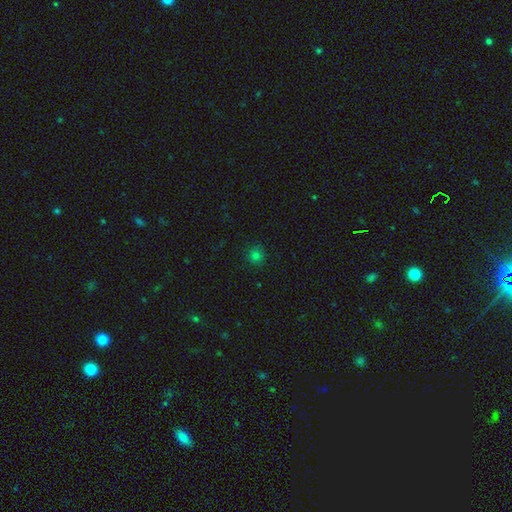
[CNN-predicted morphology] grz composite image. It shows a smooth galaxy with no disk features (77%) that is round (92%). Merging: none (89%).